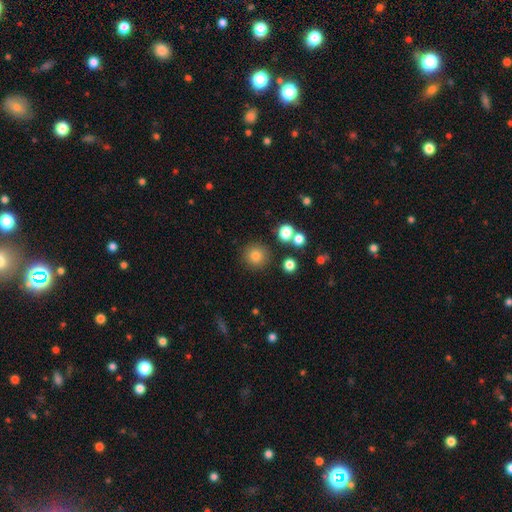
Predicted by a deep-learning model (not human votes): The model was most divided on "smooth or featured": smooth: 80%, star or artifact: 13%, featured or disk: 7%. More confident: how rounded — round (95%); merging — none (87%).